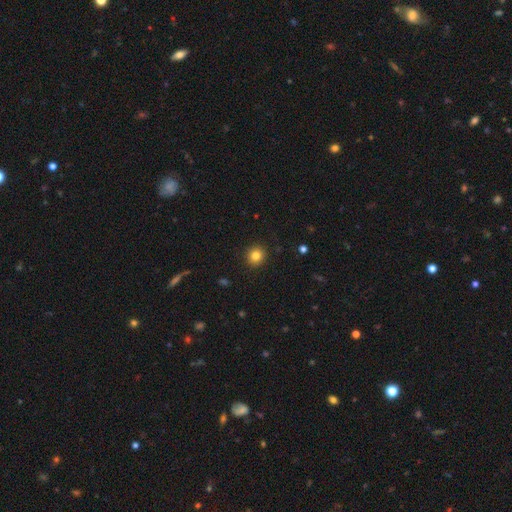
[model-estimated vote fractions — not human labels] Q: Smooth or featured?
A: smooth (83%); runner-up: star or artifact (11%)
Q: How rounded?
A: round (91%); runner-up: in between (8%)
Q: Merging?
A: none (92%); runner-up: minor disturbance (5%)